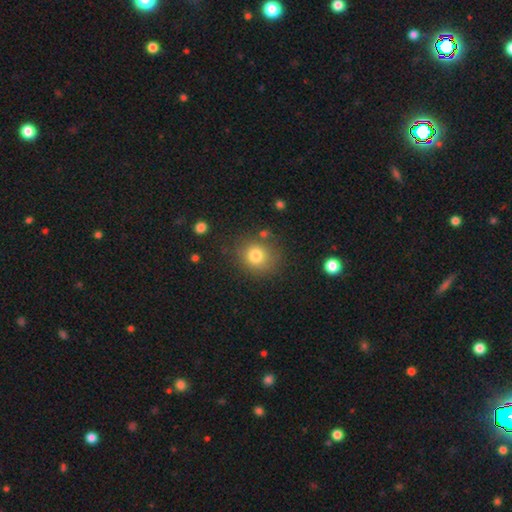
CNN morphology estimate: Overall: smooth (79%). How rounded: round (80%). Merging: none (79%).